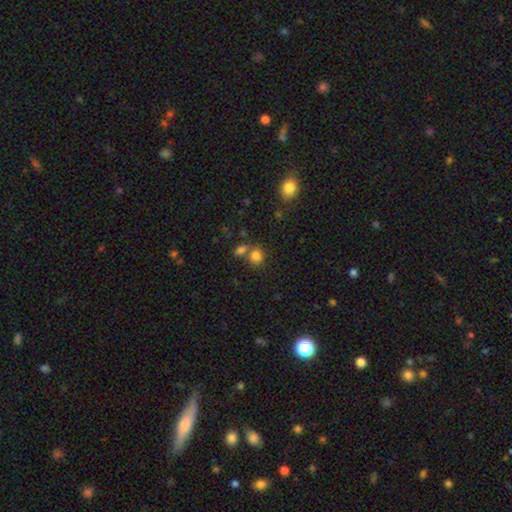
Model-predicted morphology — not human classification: The model was most divided on "merging": none: 54%, merger: 31%, minor disturbance: 10%, major disturbance: 5%. More confident: smooth or featured — smooth (81%); how rounded — round (64%).